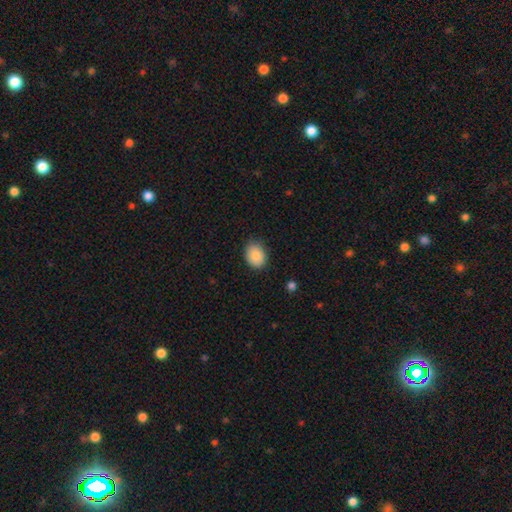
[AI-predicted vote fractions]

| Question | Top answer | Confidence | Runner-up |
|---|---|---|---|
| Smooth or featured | smooth | 86% | star or artifact (8%) |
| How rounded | in between | 59% | round (40%) |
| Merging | none | 82% | minor disturbance (14%) |